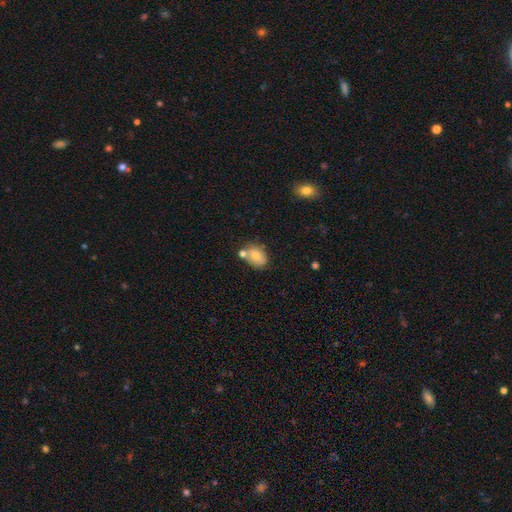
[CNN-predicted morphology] Smooth or featured? smooth (78%)
How rounded? in between (79%)
Merging? none (48%)